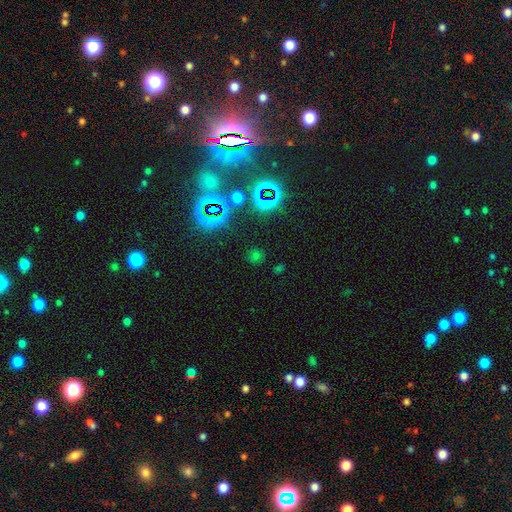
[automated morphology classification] star or artifact 56%, smooth 35%, featured or disk 9%.